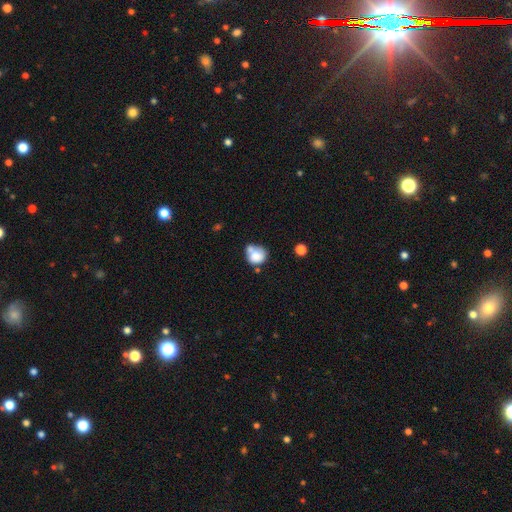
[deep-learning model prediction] Smooth or featured? smooth (77%)
How rounded? round (73%)
Merging? merger (40%)